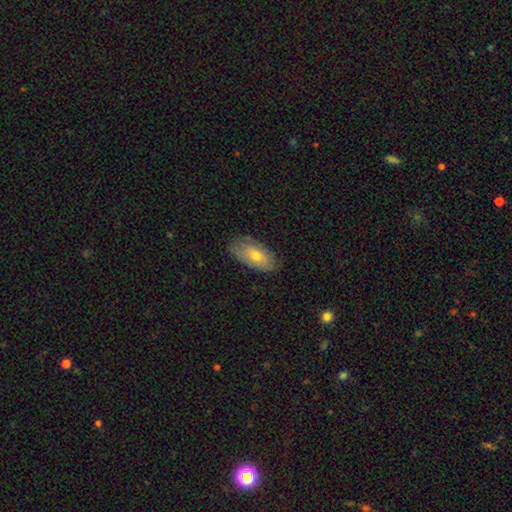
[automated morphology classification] Smooth or featured? Predicted: smooth (p=0.67). How rounded? Predicted: in between (p=0.92). Merging? Predicted: none (p=0.78).